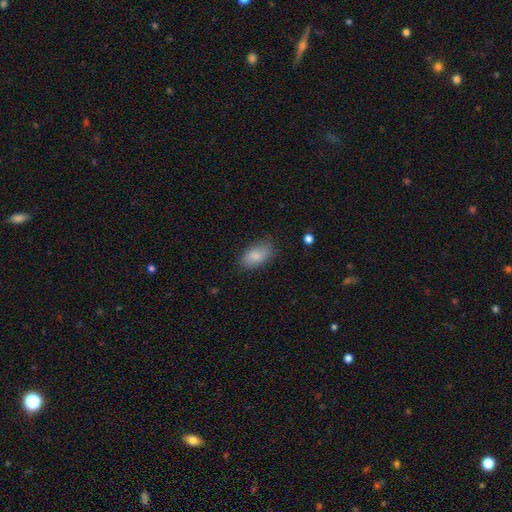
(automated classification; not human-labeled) This is clearly a smooth galaxy (85%). How rounded: clearly in between (92%). Merging: likely none (79%).